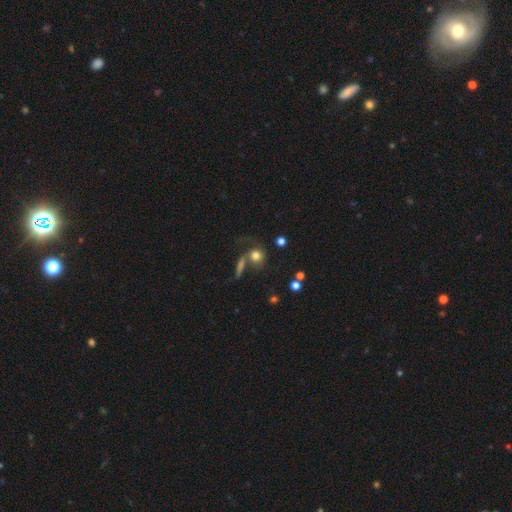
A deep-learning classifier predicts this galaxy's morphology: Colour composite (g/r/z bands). It shows a smooth galaxy with no disk features (68%) that is round (79%). Merging: none (45%).